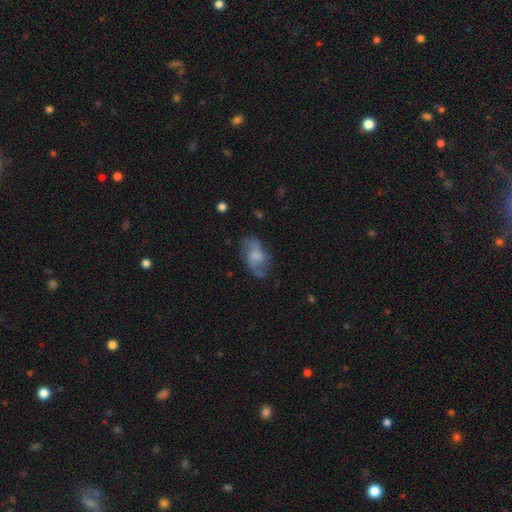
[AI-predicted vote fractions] Smooth or featured? Predicted: featured or disk (p=0.58). Edge-on disk? Predicted: no (p=0.95). Bar? Predicted: no (p=0.61). Spiral arms? Predicted: yes (p=0.83). Bulge size? Predicted: none (p=0.30). Merging? Predicted: none (p=0.60).